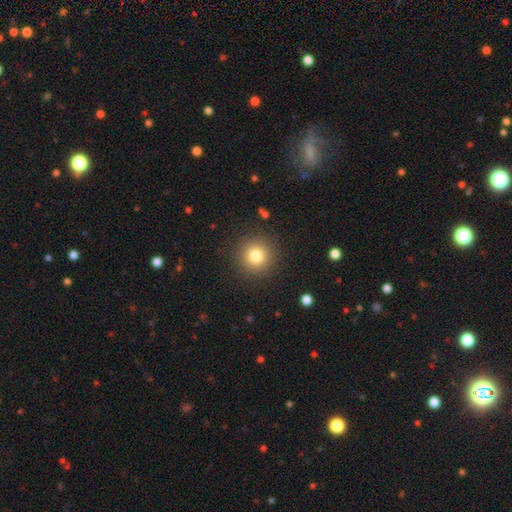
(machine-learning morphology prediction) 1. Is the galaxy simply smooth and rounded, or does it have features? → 79% smooth, 12% star or artifact, 8% featured or disk.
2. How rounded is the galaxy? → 95% round, 4% in between, 1% cigar-shaped.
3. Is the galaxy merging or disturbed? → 90% none, 6% minor disturbance, 3% major disturbance, 1% merger.